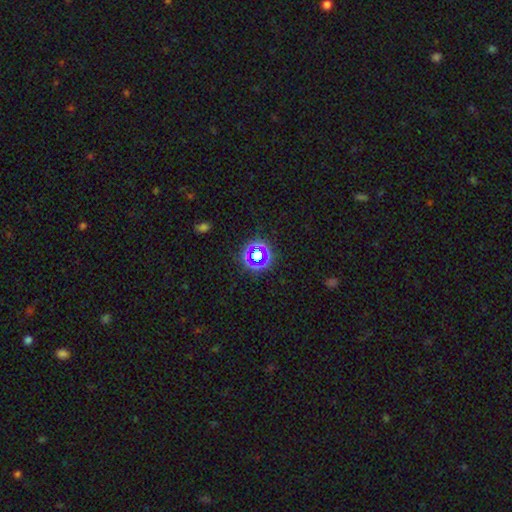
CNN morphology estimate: A star or artifact, not a galaxy (61%).

Vote fractions:
- Smooth or featured? star or artifact: 61% / smooth: 26% / featured or disk: 13%